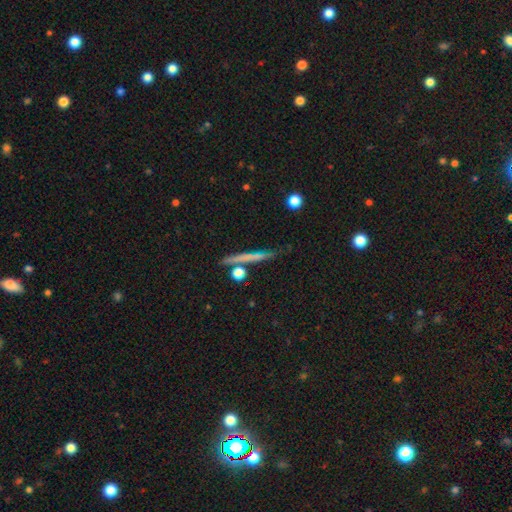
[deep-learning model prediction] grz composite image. It shows a featured or disk galaxy (46%). Merging: none (75%).